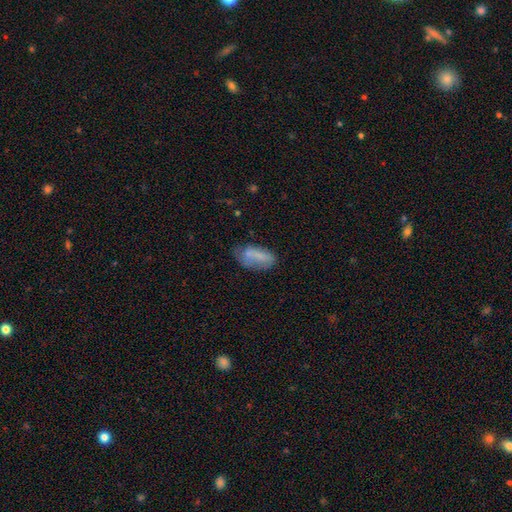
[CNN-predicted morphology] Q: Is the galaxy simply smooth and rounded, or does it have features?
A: smooth — 69%.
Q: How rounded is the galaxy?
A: in between — 88%.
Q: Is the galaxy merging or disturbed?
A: none — 47%.